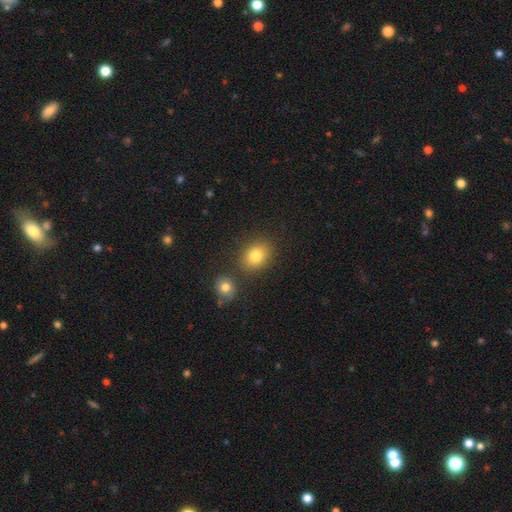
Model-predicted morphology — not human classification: This is clearly a smooth galaxy (81%). How rounded: possibly round (50%). Merging: likely none (76%).